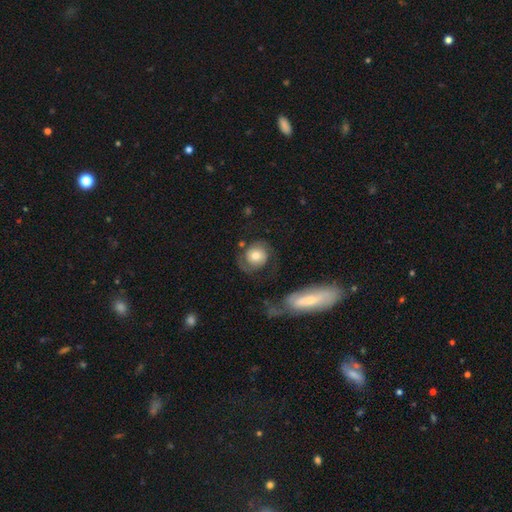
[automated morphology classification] Smooth or featured: featured or disk — 50% (smooth — 43%)
Edge-on disk: no — 96% (yes — 4%)
Merging: none — 54% (minor disturbance — 20%)